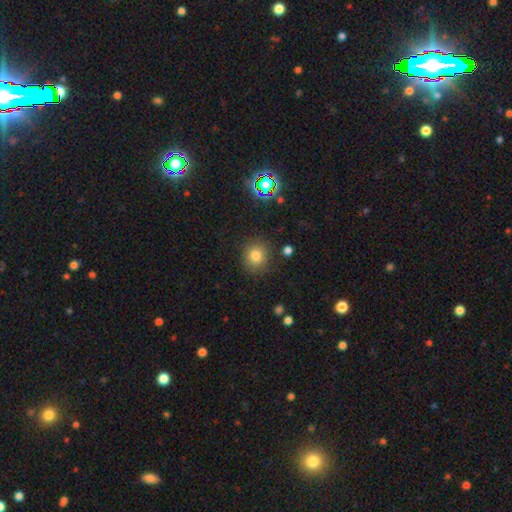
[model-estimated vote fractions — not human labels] Smooth or featured? smooth (79%)
How rounded? round (86%)
Merging? none (84%)